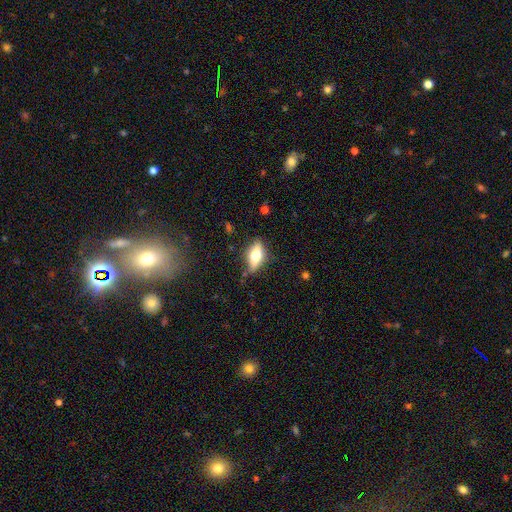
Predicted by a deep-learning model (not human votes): Smooth or featured? smooth (52%)
How rounded? in between (80%)
Merging? none (70%)